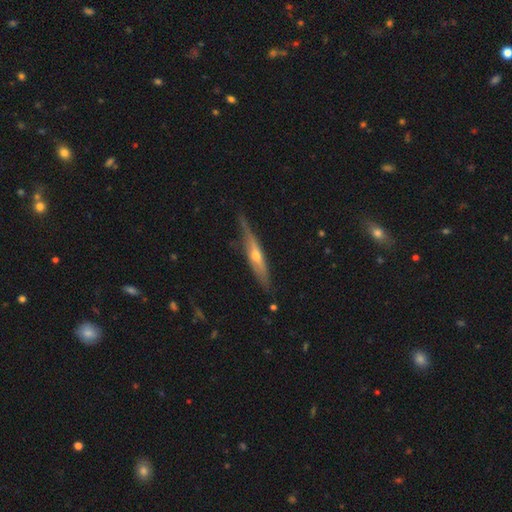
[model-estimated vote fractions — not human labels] Smooth or featured? Predicted: featured or disk (p=0.67). Edge-on disk? Predicted: yes (p=0.92). Edge-on bulge? Predicted: rounded (p=0.86). Merging? Predicted: none (p=0.72).